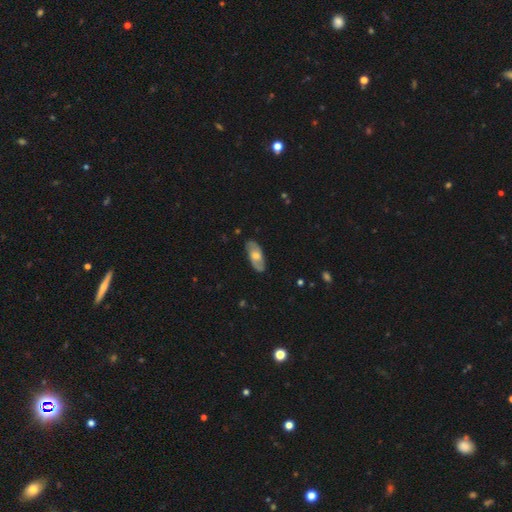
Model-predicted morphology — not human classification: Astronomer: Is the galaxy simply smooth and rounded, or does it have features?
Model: featured or disk — 50% (runner-up: smooth, 45%).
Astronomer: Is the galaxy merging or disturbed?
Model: none — 84%.